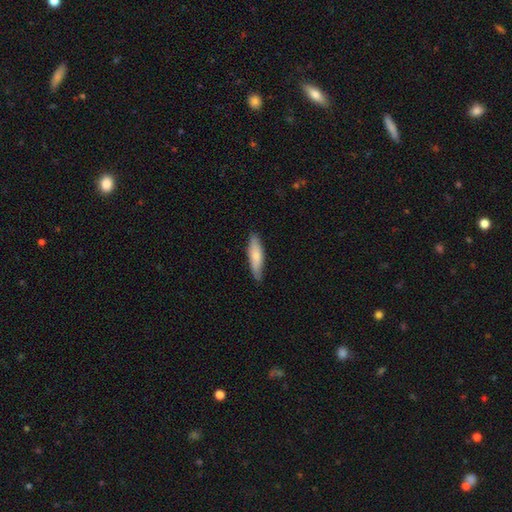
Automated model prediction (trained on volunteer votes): This is likely a smooth galaxy (73%). How rounded: likely cigar-shaped (70%). Merging: clearly none (81%).